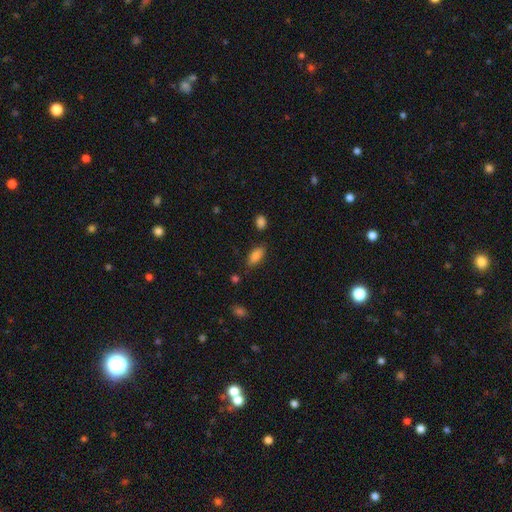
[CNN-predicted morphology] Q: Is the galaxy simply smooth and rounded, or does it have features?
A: smooth — 84%.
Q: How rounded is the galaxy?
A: in between — 85%.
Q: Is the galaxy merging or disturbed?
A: none — 80%.